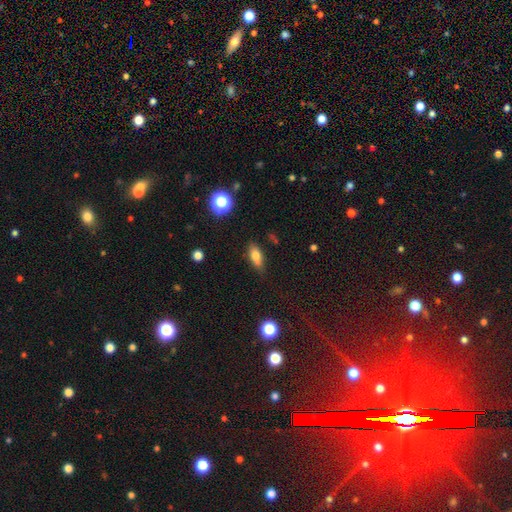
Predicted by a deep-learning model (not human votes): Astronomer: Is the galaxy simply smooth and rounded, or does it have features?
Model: smooth — 73%.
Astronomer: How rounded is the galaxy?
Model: in between — 77%.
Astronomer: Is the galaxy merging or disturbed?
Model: none — 76%.